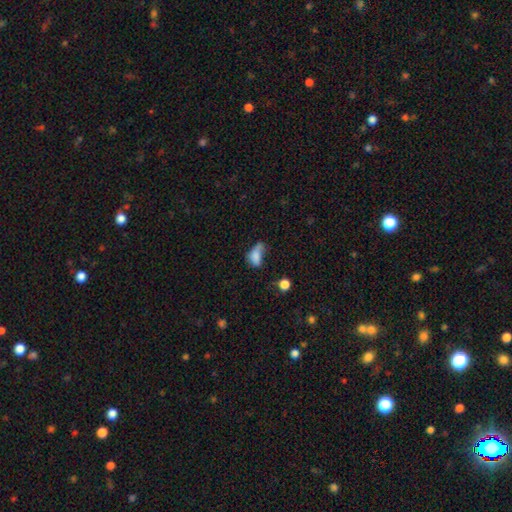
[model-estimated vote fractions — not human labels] Smooth or featured: smooth — 73% (featured or disk — 15%)
How rounded: in between — 85% (round — 10%)
Merging: minor disturbance — 32% (tied with major disturbance — 32%)